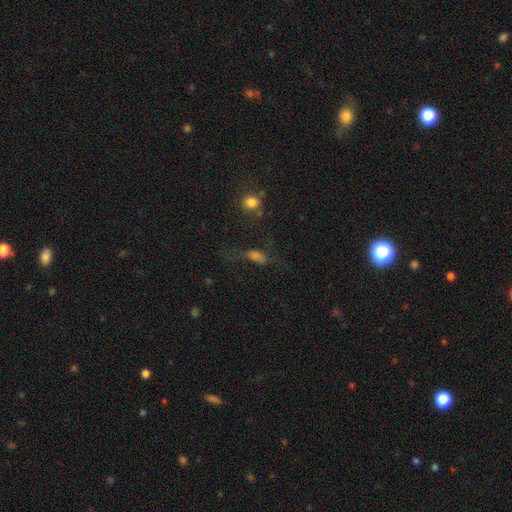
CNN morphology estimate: smooth 50%, star or artifact 27%, featured or disk 23%. Down the decision tree: how rounded — in between (61%); merging — none (41%).